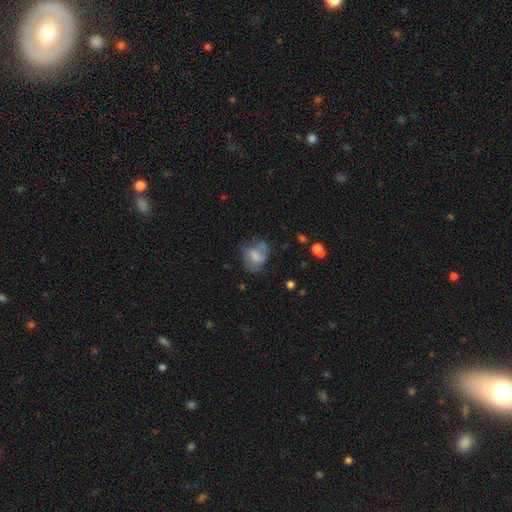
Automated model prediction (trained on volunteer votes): smooth 54%, featured or disk 37%, star or artifact 10%. Down the decision tree: how rounded — in between (53%); merging — none (39%).